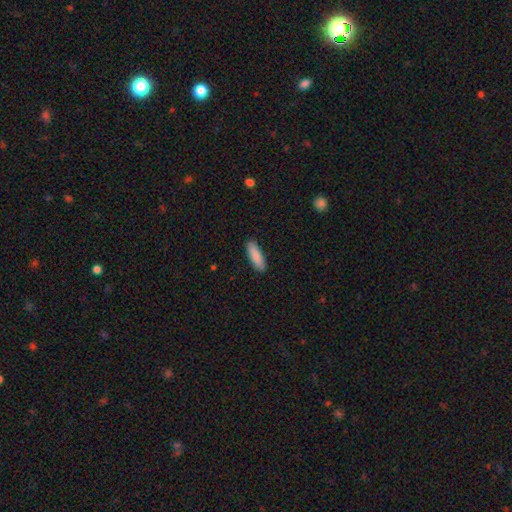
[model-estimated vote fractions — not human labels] smooth 88%, featured or disk 6%, star or artifact 6%. Down the decision tree: how rounded — cigar-shaped (54%); merging — none (89%).